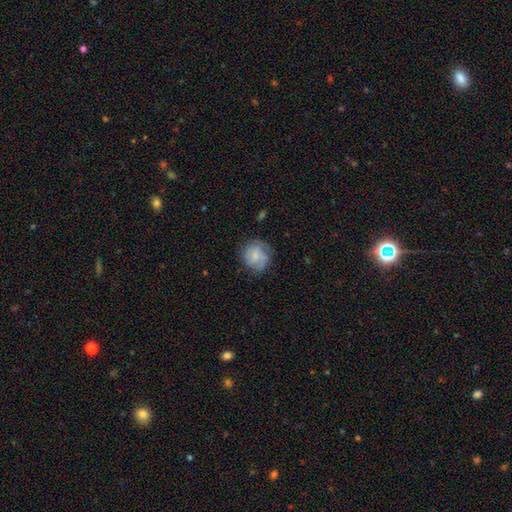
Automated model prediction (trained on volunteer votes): Morphology: type=smooth (54%); roundness=round (82%); merging=none (66%).